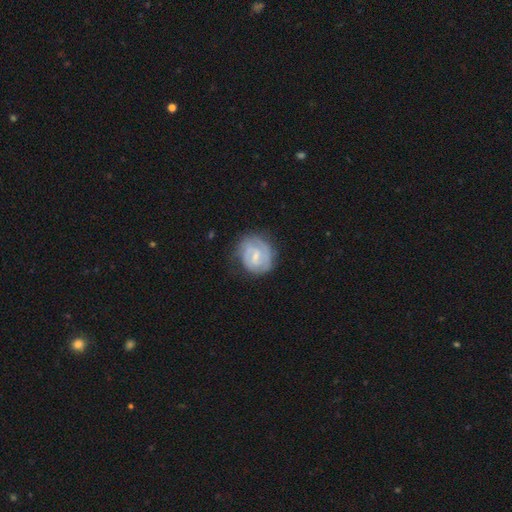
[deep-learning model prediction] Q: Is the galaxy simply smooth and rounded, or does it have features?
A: featured or disk — 65%.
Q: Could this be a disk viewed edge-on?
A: no — 98%.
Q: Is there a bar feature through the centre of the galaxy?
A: weak — 56%.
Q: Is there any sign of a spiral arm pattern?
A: yes — 80%.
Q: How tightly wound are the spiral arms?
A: tight — 59%.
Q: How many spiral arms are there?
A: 2 — 45%.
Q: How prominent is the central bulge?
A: small — 58%.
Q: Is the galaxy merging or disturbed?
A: none — 64%.